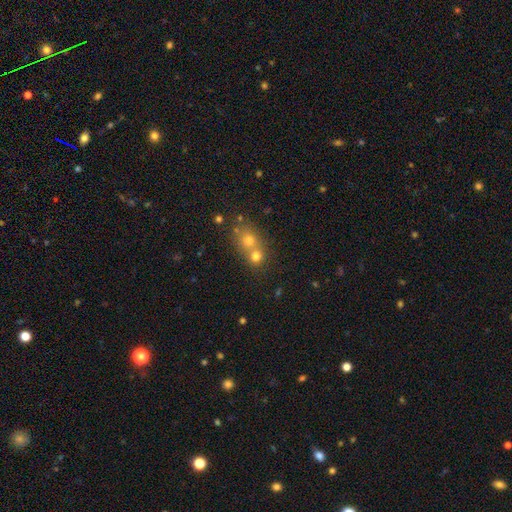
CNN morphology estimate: Overall: smooth (59%; star or artifact 25%). How rounded: round (60%; in between 37%). Merging: merger (46%; none 42%).